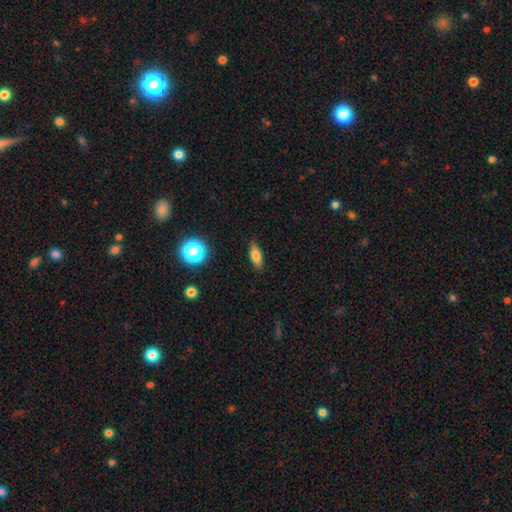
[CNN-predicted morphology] This appears to be a smooth galaxy with no disk features (73%) that is in between round and cigar-shaped (70%). Merging: none (86%).